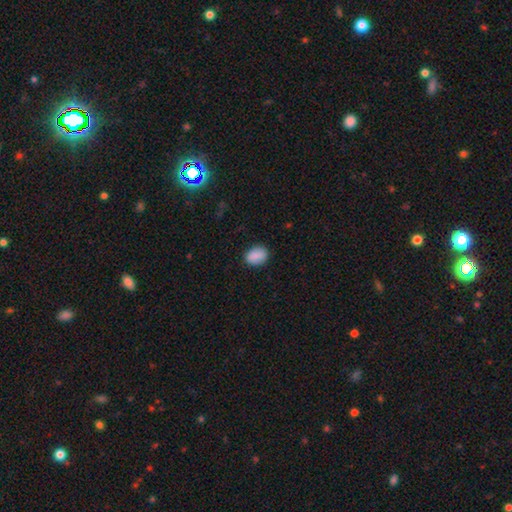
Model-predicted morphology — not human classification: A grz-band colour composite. It shows a smooth galaxy with no disk features (88%) that is in between round and cigar-shaped (67%). Merging: none (84%).